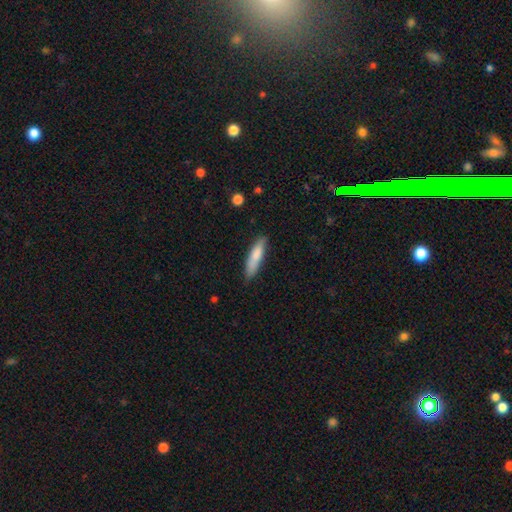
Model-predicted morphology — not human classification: type=smooth (80%); roundness=cigar-shaped (76%); merging=none (77%).